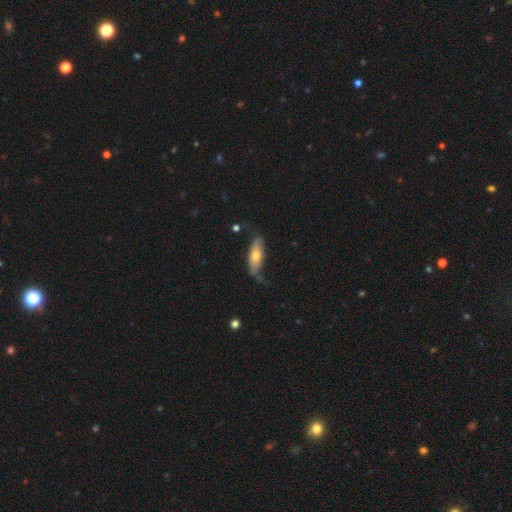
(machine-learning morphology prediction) smooth 56%, featured or disk 38%, star or artifact 6%. Down the decision tree: how rounded — in between (64%); merging — none (51%).